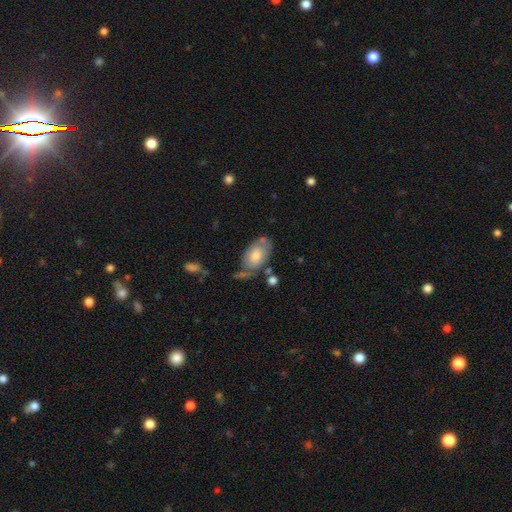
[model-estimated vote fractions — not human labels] Smooth or featured?
  - smooth: 66% *
  - featured or disk: 27%
  - star or artifact: 7%
How rounded?
  - in between: 91% *
  - round: 7%
  - cigar-shaped: 2%
Merging?
  - none: 51% *
  - minor disturbance: 25%
  - merger: 12%
  - major disturbance: 12%